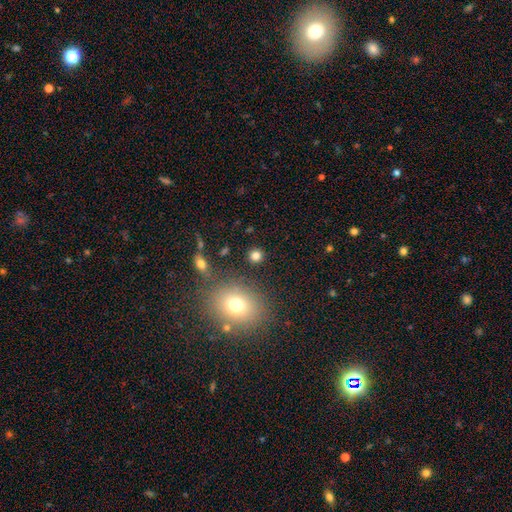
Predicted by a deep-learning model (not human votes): Smooth or featured? Predicted: smooth (p=0.80). How rounded? Predicted: round (p=0.88). Merging? Predicted: none (p=0.87).